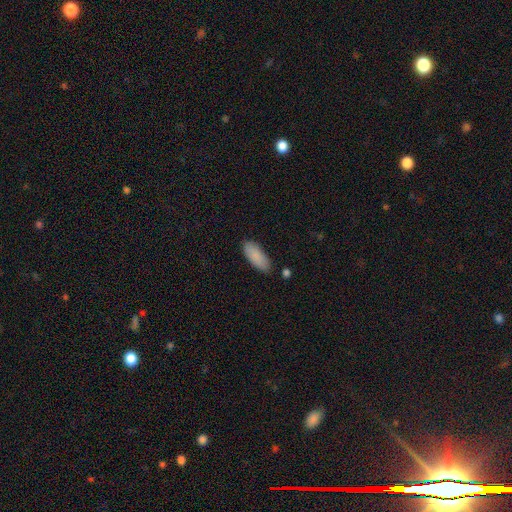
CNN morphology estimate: Overall: smooth (88%). How rounded: in between (82%). Merging: none (82%).